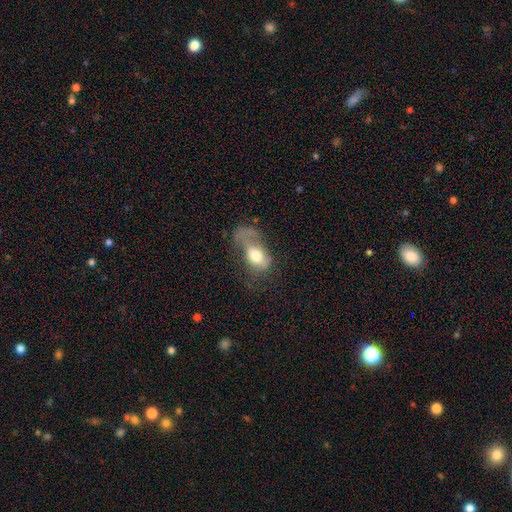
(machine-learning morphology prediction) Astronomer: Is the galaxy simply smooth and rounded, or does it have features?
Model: smooth — 57% (runner-up: featured or disk, 35%).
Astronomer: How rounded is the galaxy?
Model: in between — 84%.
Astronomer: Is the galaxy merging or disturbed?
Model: major disturbance — 60%.